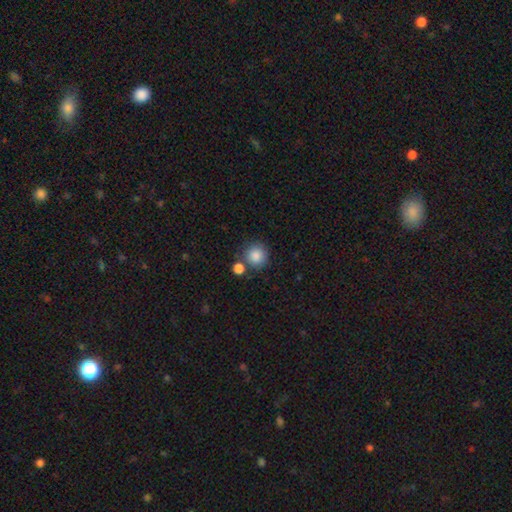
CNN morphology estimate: A smooth galaxy with no disk features (86%) that is round (93%).

Vote fractions:
- Smooth or featured? smooth: 86% / star or artifact: 9% / featured or disk: 5%
- How rounded? round: 93% / in between: 6% / cigar-shaped: 1%
- Merging? none: 74% / merger: 13% / minor disturbance: 9% / major disturbance: 3%